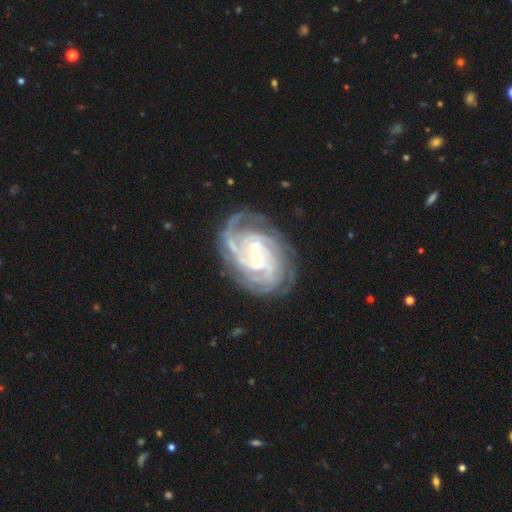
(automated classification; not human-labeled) smooth-or-featured: featured or disk: 92% | star or artifact: 4% | smooth: 3%
  disk-edge-on: no: 97% | yes: 3%
    bar: weak: 43% | no: 38% | strong: 19%
    has-spiral-arms: yes: 98% | no: 2%
      spiral-winding: tight: 72% | medium: 24% | loose: 4%
      spiral-arm-count: 4: 28% | 3: 22% | can't tell: 19% | 2: 12% | more than 4: 12% | 1: 7%
    bulge-size: moderate: 49% | small: 47% | large: 2% | none: 1% | dominant: 1%
  merging: none: 76% | minor disturbance: 16% | major disturbance: 7% | merger: 1%